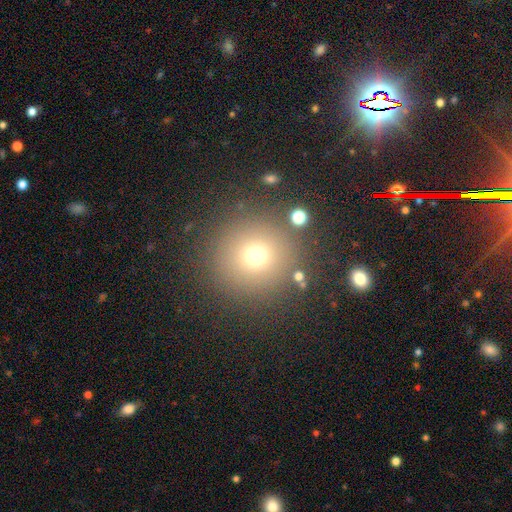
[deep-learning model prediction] This appears to be a smooth galaxy with no disk features (70%) that is round (95%). Merging: none (85%).